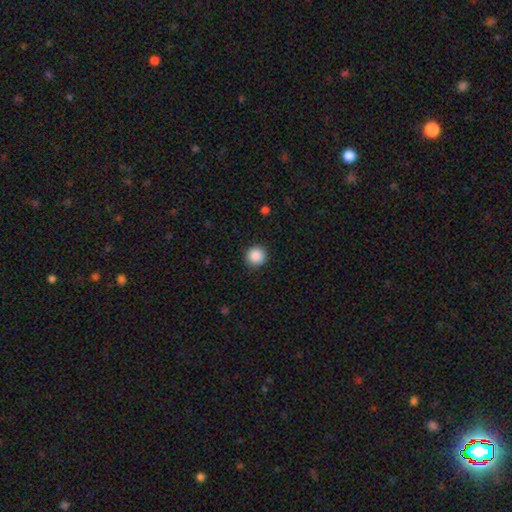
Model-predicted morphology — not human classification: Q: Smooth or featured?
A: smooth (88%); runner-up: star or artifact (9%)
Q: How rounded?
A: round (94%); runner-up: in between (5%)
Q: Merging?
A: none (90%); runner-up: minor disturbance (7%)